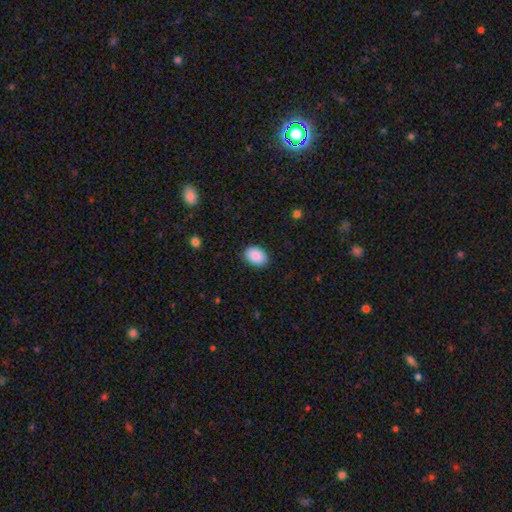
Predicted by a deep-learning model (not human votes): Smooth or featured?
  - smooth: 90% *
  - star or artifact: 7%
  - featured or disk: 3%
How rounded?
  - in between: 83% *
  - round: 16%
  - cigar-shaped: 1%
Merging?
  - none: 89% *
  - minor disturbance: 8%
  - major disturbance: 2%
  - merger: 1%